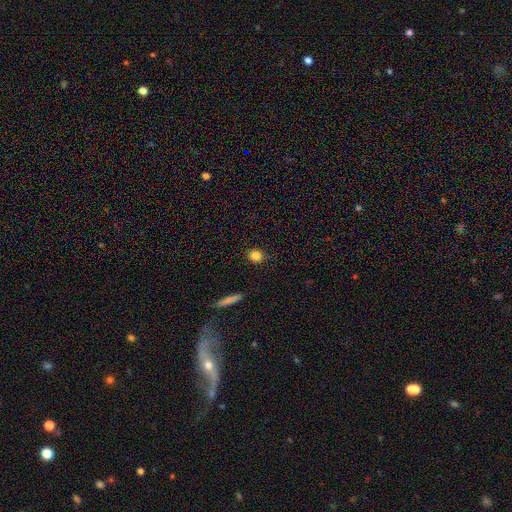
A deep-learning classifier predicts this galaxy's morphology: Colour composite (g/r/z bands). It shows a smooth galaxy with no disk features (84%) that is round (84%). Merging: none (88%).